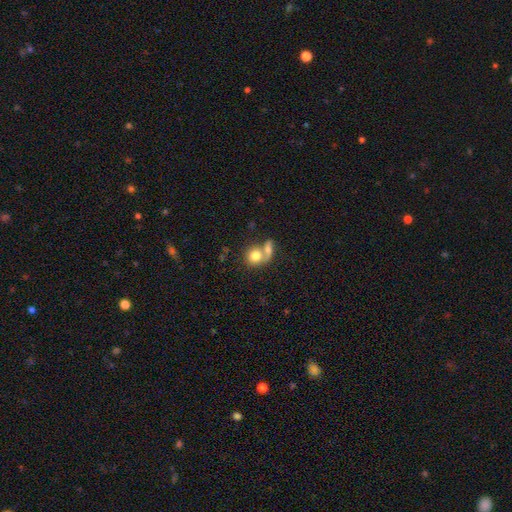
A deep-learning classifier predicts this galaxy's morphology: Overall: smooth (75%). How rounded: round (71%). Merging: merger (59%; none 27%).